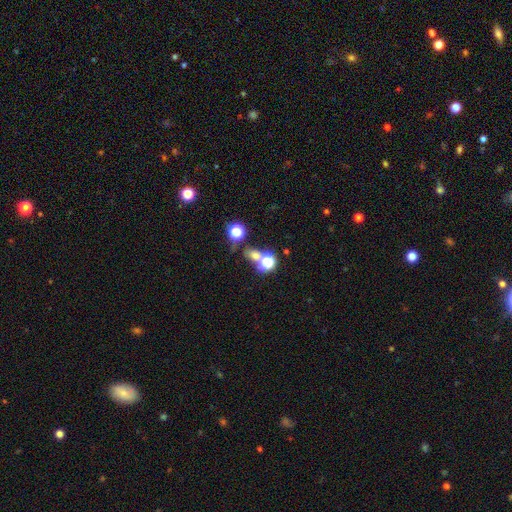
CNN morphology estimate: smooth-or-featured: smooth: 56% | star or artifact: 32% | featured or disk: 12%
  how-rounded: round: 66% | in between: 31% | cigar-shaped: 2%
  merging: none: 51% | merger: 32% | minor disturbance: 10% | major disturbance: 7%